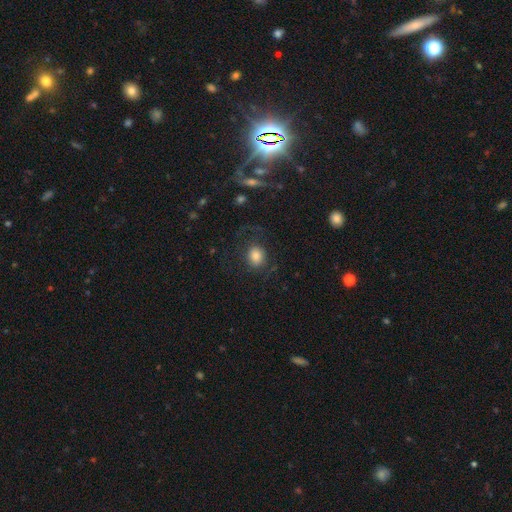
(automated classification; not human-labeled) A smooth galaxy with no disk features (70%) that is round (61%). Merging: none (63%).